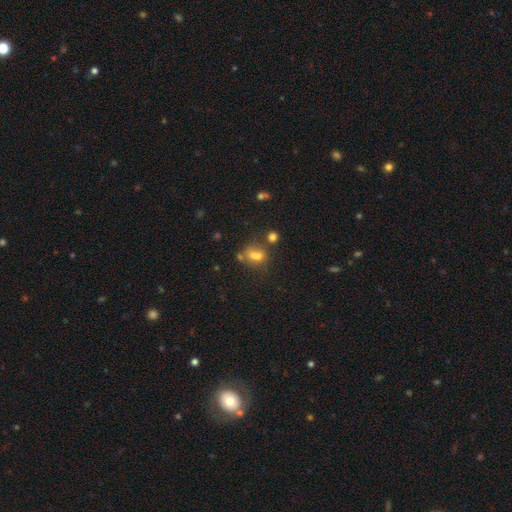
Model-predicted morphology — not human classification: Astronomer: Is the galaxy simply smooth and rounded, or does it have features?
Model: smooth — 63%.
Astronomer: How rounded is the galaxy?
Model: round — 56% (runner-up: in between, 42%).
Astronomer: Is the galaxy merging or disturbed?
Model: none — 44% (runner-up: merger, 37%).